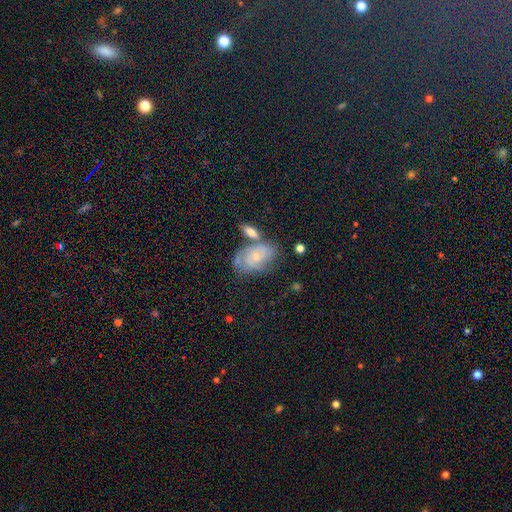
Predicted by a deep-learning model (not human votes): Smooth or featured? featured or disk (53%)
Edge-on disk? no (95%)
Merging? none (51%)